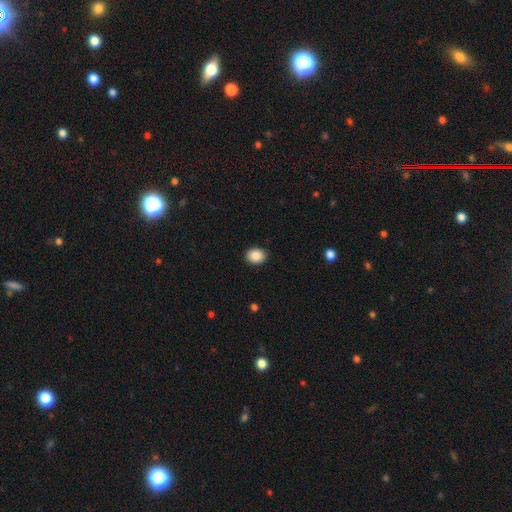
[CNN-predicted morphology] The model was most divided on "how rounded": round: 50%, in between: 49%, cigar-shaped: 1%. More confident: merging — none (90%); smooth or featured — smooth (88%).